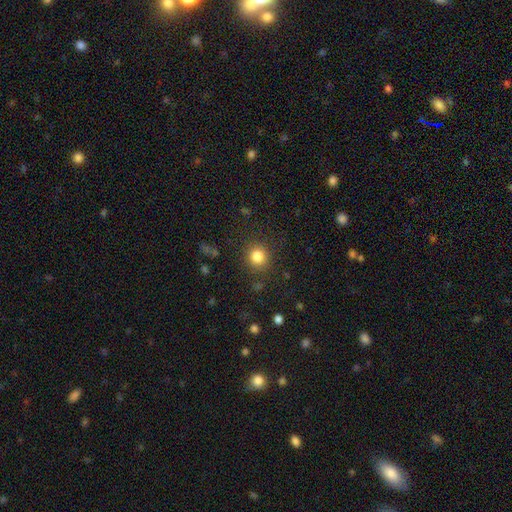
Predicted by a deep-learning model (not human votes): This is clearly a smooth galaxy (83%). How rounded: clearly round (89%). Merging: clearly none (87%).